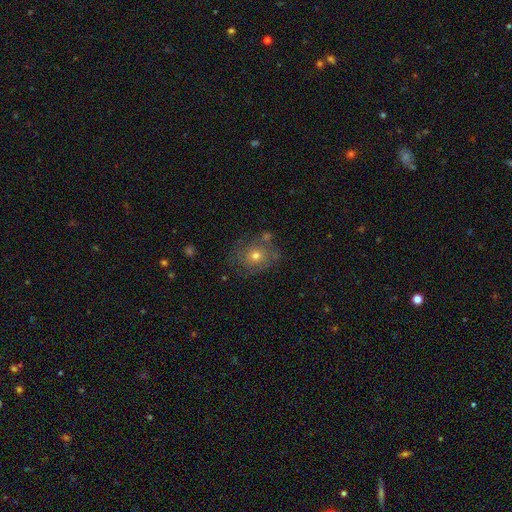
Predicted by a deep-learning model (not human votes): The model was most divided on "smooth or featured": smooth: 55%, featured or disk: 31%, star or artifact: 13%. More confident: merging — none (69%); how rounded — round (68%).